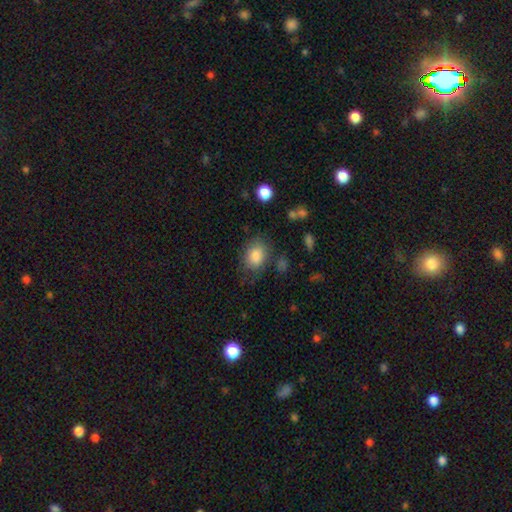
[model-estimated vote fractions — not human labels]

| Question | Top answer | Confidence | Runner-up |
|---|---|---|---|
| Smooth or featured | smooth | 84% | featured or disk (8%) |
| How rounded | in between | 62% | round (37%) |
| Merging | none | 69% | minor disturbance (19%) |